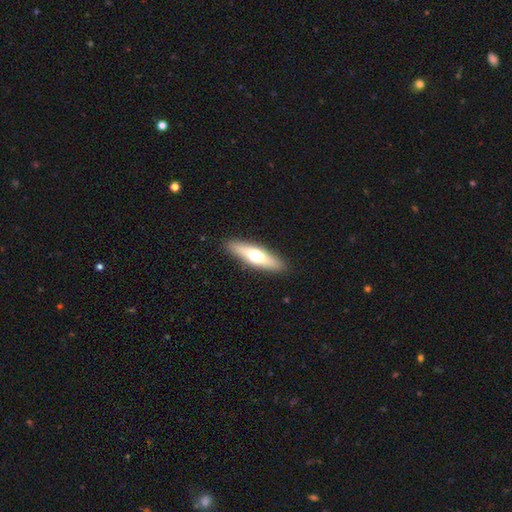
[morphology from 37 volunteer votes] This is possibly a featured or disk galaxy (54%). It is likely viewed edge-on (75%). Edge-on bulge: clearly rounded (80%). Merging: clearly none (86%).